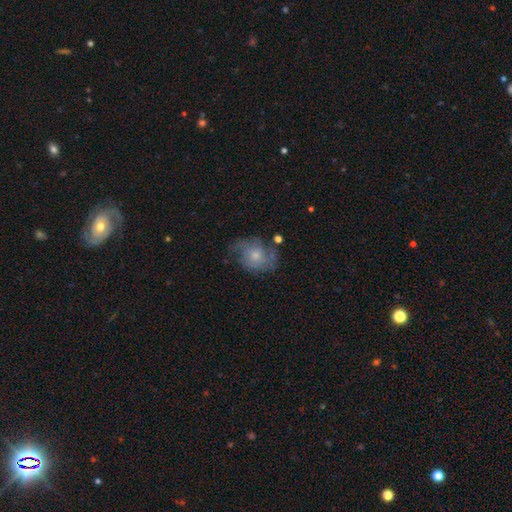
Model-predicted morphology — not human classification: This appears to be a featured or disk galaxy (48%). Merging: none (48%).